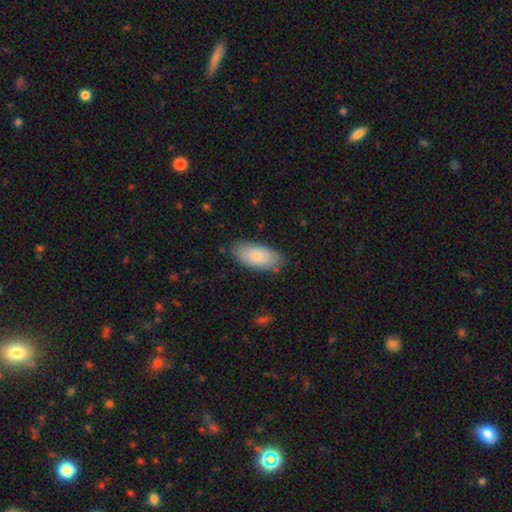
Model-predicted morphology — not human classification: Smooth or featured: smooth — 81% (featured or disk — 13%)
How rounded: in between — 90% (cigar-shaped — 8%)
Merging: none — 82% (minor disturbance — 14%)